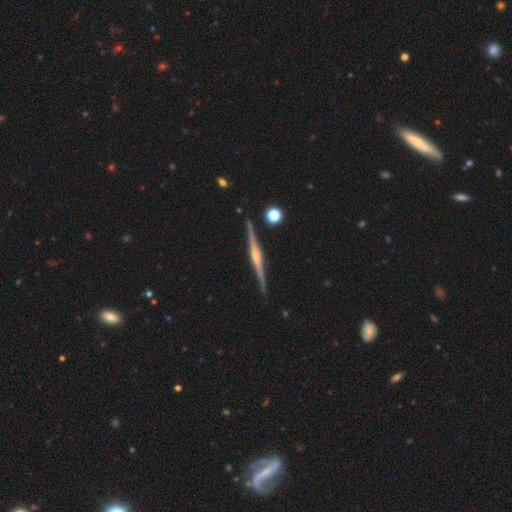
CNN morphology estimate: Overall: featured or disk (83%). Edge-on disk: yes (98%). Edge-on bulge: rounded (66%). Merging: none (89%).